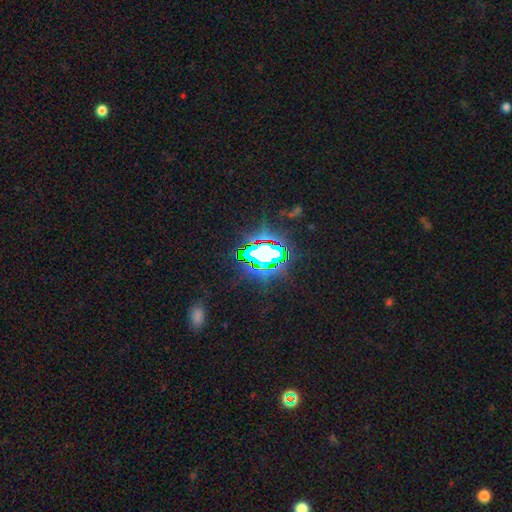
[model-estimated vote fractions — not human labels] Overall: star or artifact (78%).